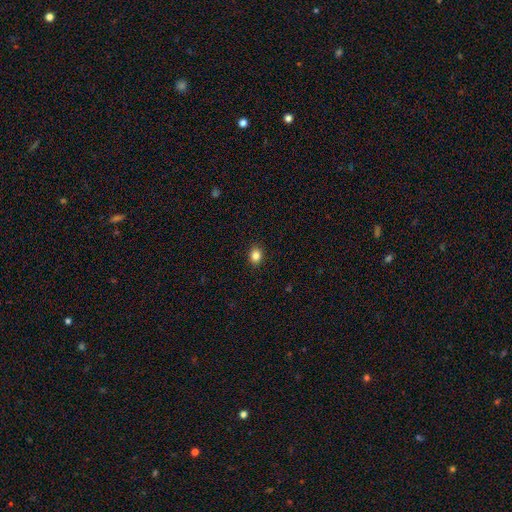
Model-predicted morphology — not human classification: The model was most divided on "how rounded": in between: 54%, round: 45%, cigar-shaped: 1%. More confident: merging — none (90%); smooth or featured — smooth (85%).